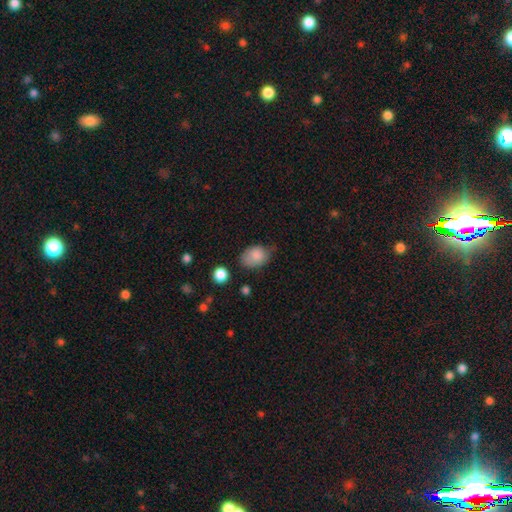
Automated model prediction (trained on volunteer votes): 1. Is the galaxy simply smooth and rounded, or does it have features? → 84% smooth, 8% star or artifact, 8% featured or disk.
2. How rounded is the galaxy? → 73% in between, 26% round, 1% cigar-shaped.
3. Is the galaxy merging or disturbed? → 51% none, 37% minor disturbance, 9% major disturbance, 3% merger.